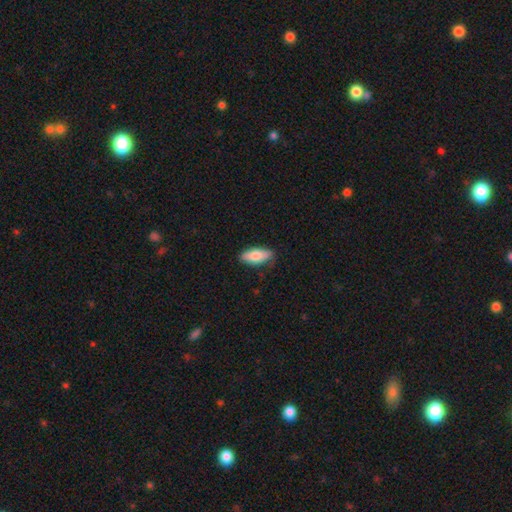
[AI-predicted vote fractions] Morphology: type=smooth (79%); roundness=in between (81%); merging=none (81%).